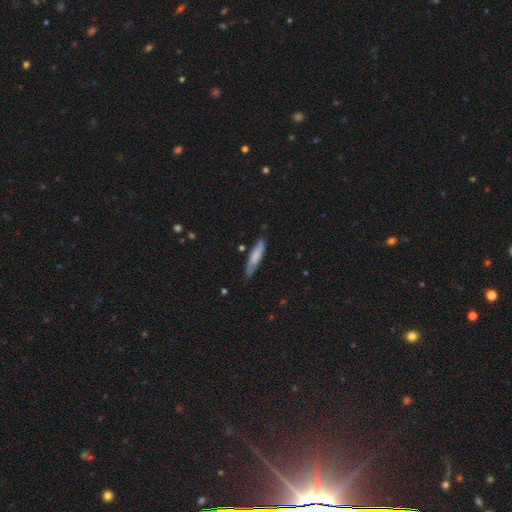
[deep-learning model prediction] Smooth or featured: smooth — 68% (featured or disk — 26%)
How rounded: cigar-shaped — 78% (in between — 20%)
Merging: none — 74% (minor disturbance — 20%)